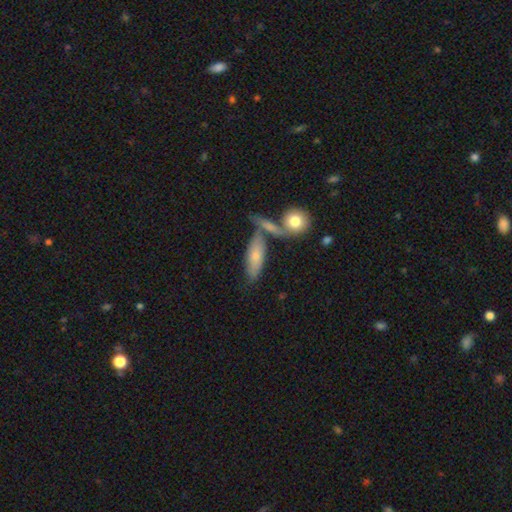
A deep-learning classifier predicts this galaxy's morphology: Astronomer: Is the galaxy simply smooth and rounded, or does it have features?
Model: smooth — 66%.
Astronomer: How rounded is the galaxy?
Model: in between — 61%.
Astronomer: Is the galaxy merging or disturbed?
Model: none — 51% (runner-up: merger, 28%).